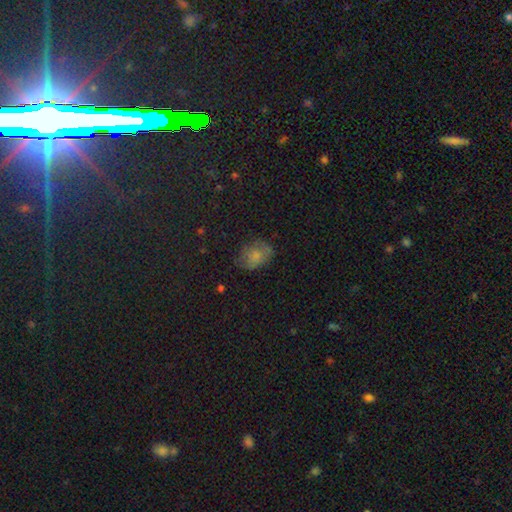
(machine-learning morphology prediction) Q: Smooth or featured?
A: smooth (70%); runner-up: featured or disk (18%)
Q: How rounded?
A: in between (67%); runner-up: round (32%)
Q: Merging?
A: none (62%); runner-up: minor disturbance (25%)